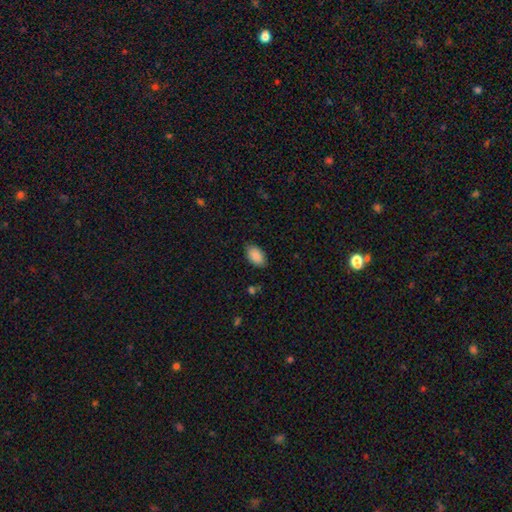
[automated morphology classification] Smooth or featured?
  - smooth: 89% *
  - star or artifact: 7%
  - featured or disk: 4%
How rounded?
  - in between: 93% *
  - round: 6%
  - cigar-shaped: 1%
Merging?
  - none: 84% *
  - minor disturbance: 12%
  - major disturbance: 3%
  - merger: 1%